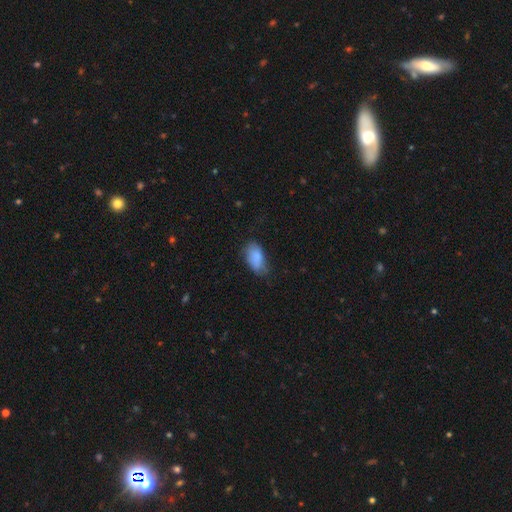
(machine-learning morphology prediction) A smooth galaxy with no disk features (84%) that is in between round and cigar-shaped (93%). Merging: none (57%).